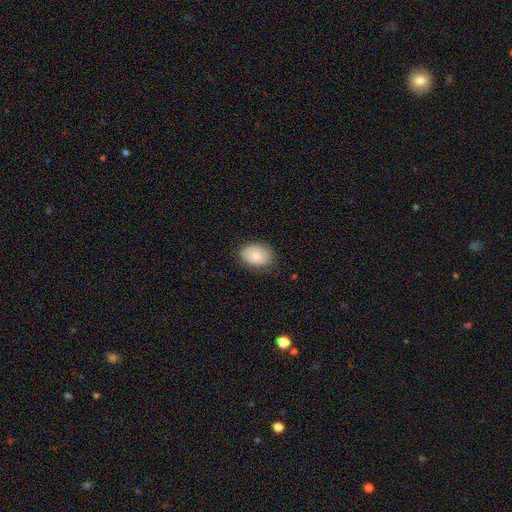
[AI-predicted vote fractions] This is likely a smooth galaxy (64%). How rounded: likely in between (76%). Merging: likely none (79%).